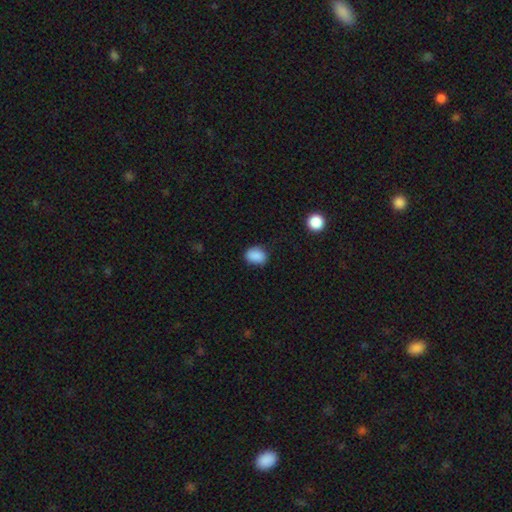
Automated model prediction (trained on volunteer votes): Smooth or featured: smooth — 87% (star or artifact — 9%)
How rounded: in between — 67% (round — 31%)
Merging: none — 77% (minor disturbance — 18%)